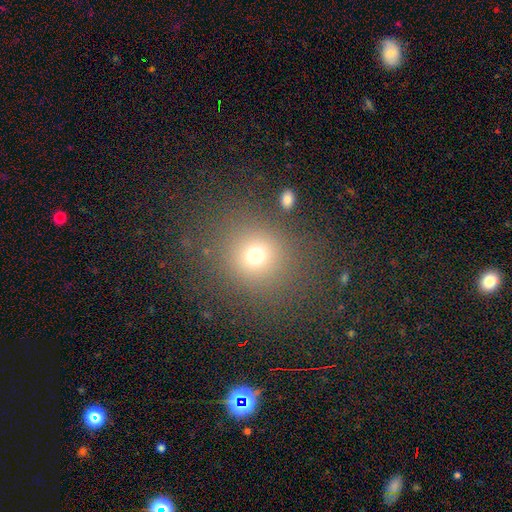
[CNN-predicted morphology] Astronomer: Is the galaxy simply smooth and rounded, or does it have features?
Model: smooth — 71%.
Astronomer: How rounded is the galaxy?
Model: round — 84%.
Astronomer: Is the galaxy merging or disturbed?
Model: none — 80%.